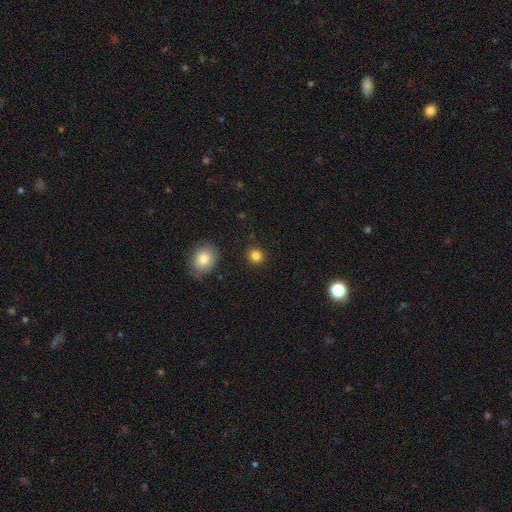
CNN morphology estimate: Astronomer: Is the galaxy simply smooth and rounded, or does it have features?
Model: smooth — 84%.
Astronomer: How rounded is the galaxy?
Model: round — 89%.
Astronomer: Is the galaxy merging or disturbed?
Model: none — 91%.